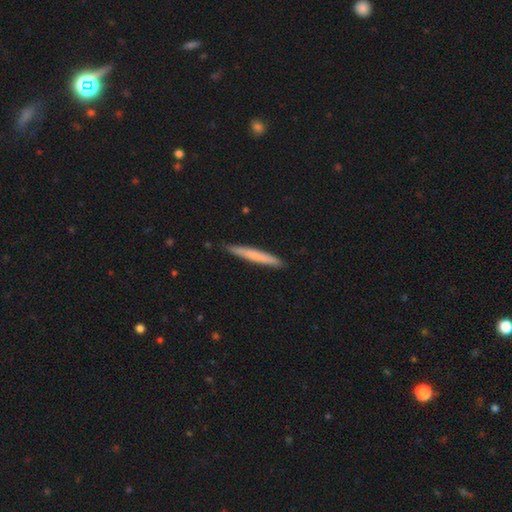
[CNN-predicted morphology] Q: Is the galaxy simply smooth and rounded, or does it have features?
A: smooth — 66%.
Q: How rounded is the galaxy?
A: cigar-shaped — 96%.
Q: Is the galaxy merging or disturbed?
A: none — 88%.